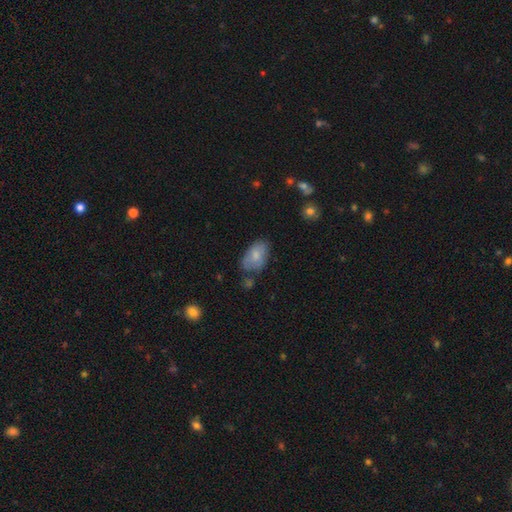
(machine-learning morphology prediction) smooth-or-featured: smooth: 75% | featured or disk: 18% | star or artifact: 7%
  how-rounded: in between: 92% | round: 7% | cigar-shaped: 1%
  merging: none: 55% | minor disturbance: 30% | major disturbance: 9% | merger: 6%